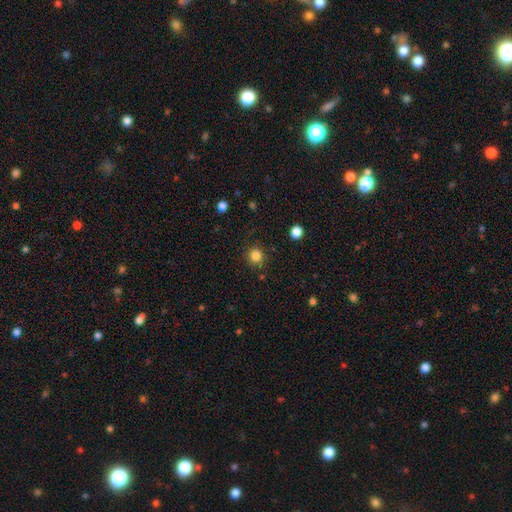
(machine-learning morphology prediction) smooth 83%, star or artifact 12%, featured or disk 4%. Down the decision tree: how rounded — round (91%); merging — none (88%).